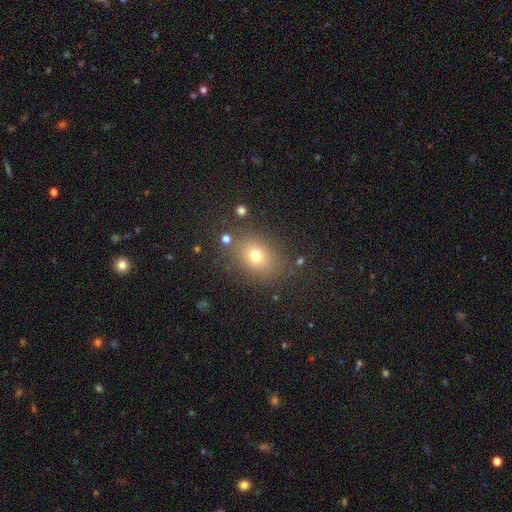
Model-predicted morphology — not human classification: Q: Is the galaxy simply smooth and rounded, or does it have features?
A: smooth — 71%.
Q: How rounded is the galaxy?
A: in between — 60%.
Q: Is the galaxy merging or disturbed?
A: none — 82%.